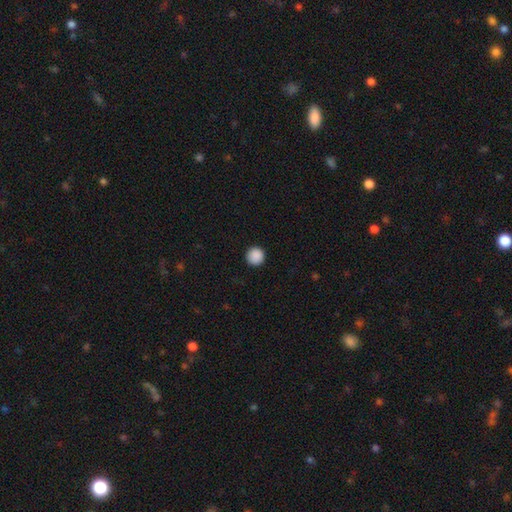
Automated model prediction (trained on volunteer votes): smooth_or_featured: smooth (p=0.89) [alt: star or artifact p=0.09]
how_rounded: round (p=0.96) [alt: in between p=0.03]
merging: none (p=0.92) [alt: minor disturbance p=0.05]